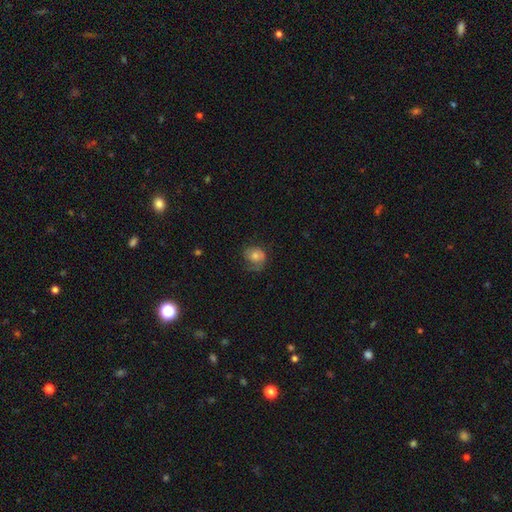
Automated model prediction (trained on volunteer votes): smooth_or_featured: smooth (p=0.46) [alt: featured or disk p=0.44]
merging: none (p=0.52) [alt: minor disturbance p=0.25]